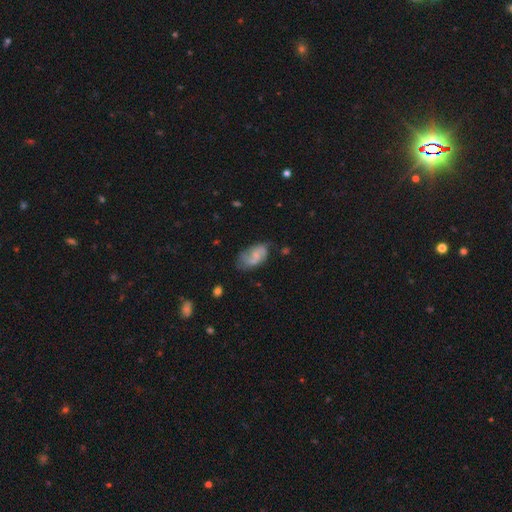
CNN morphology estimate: This appears to be a featured or disk galaxy (57%) with no bar (57%), spiral arms (83%) and a small central bulge (44%). Merging: none (50%).